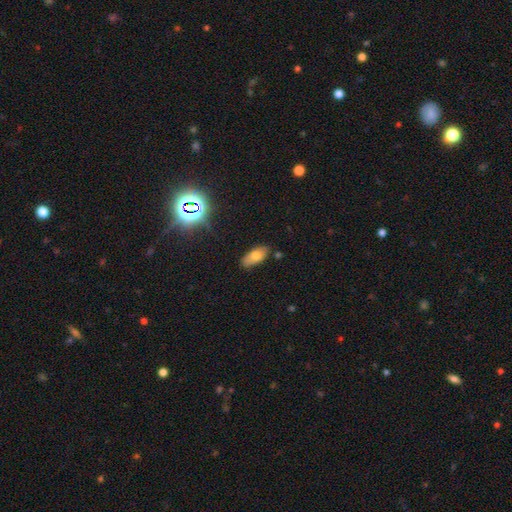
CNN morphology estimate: The model was most divided on "smooth or featured": smooth: 71%, featured or disk: 19%, star or artifact: 11%. More confident: how rounded — in between (90%); merging — none (80%).